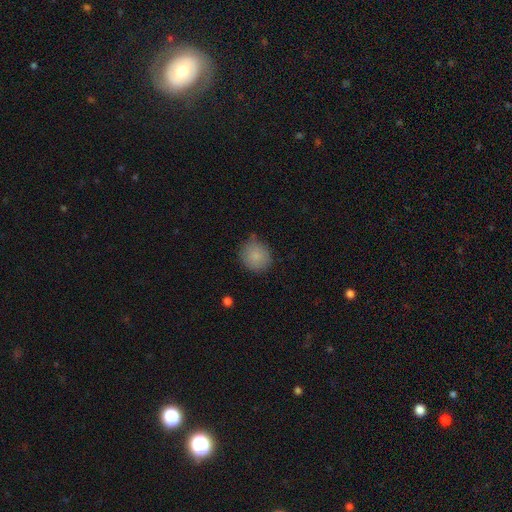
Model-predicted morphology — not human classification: The model was most divided on "merging": none: 73%, minor disturbance: 20%, major disturbance: 4%, merger: 3%. More confident: how rounded — round (85%); smooth or featured — smooth (85%).